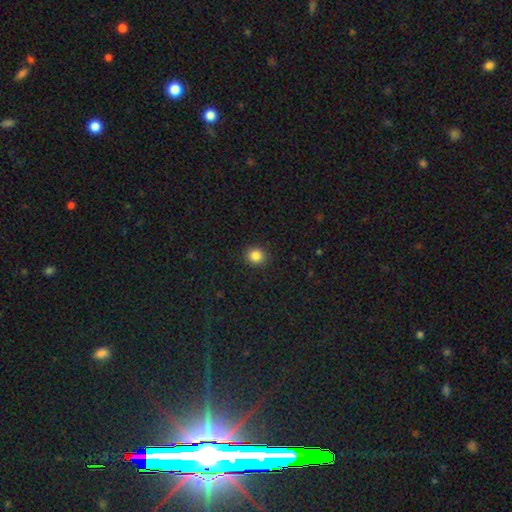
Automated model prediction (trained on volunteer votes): Smooth or featured: smooth — 85% (star or artifact — 11%)
How rounded: round — 89% (in between — 10%)
Merging: none — 92% (minor disturbance — 5%)